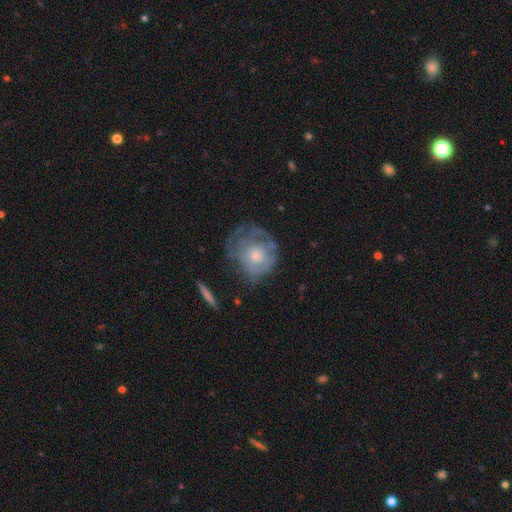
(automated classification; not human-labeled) smooth-or-featured: featured or disk: 59% | smooth: 32% | star or artifact: 9%
  disk-edge-on: no: 96% | yes: 4%
    bar: no: 84% | weak: 14% | strong: 2%
    has-spiral-arms: yes: 55% | no: 45%
    bulge-size: moderate: 57% | small: 30% | large: 8% | none: 4% | dominant: 1%
  merging: none: 57% | minor disturbance: 24% | major disturbance: 17% | merger: 2%